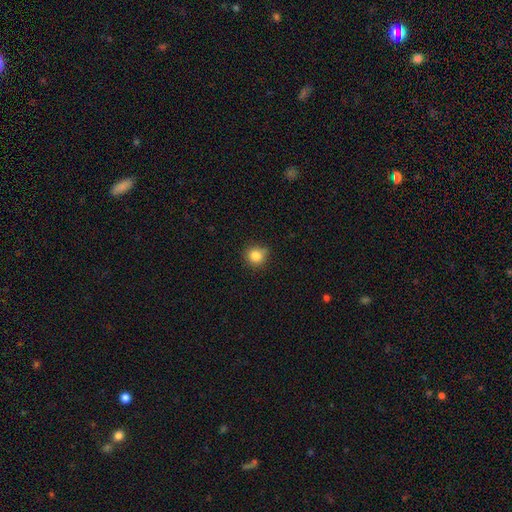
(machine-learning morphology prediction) This is clearly a smooth galaxy (83%). How rounded: clearly round (90%). Merging: likely none (76%).